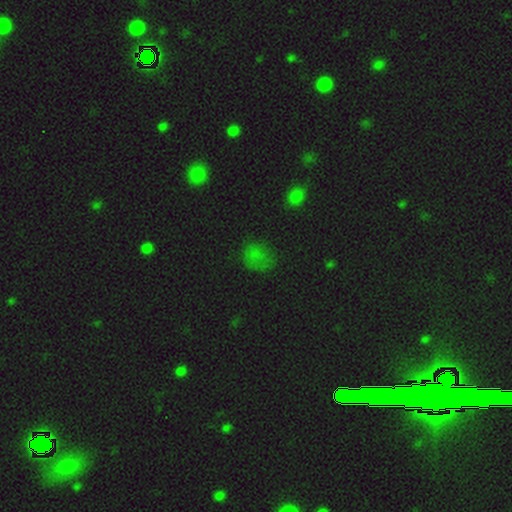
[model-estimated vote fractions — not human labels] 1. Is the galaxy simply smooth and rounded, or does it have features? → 65% smooth, 27% star or artifact, 8% featured or disk.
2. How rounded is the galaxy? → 61% round, 38% in between, 2% cigar-shaped.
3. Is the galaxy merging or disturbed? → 65% none, 22% minor disturbance, 10% major disturbance, 3% merger.